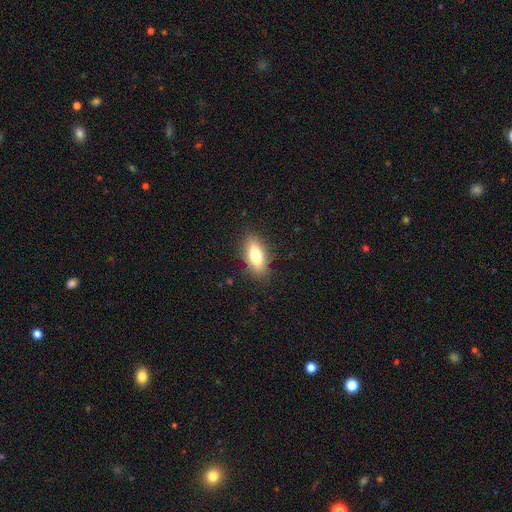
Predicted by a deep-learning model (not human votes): The model was most divided on "smooth or featured": smooth: 75%, featured or disk: 18%, star or artifact: 8%. More confident: merging — none (85%); how rounded — in between (78%).